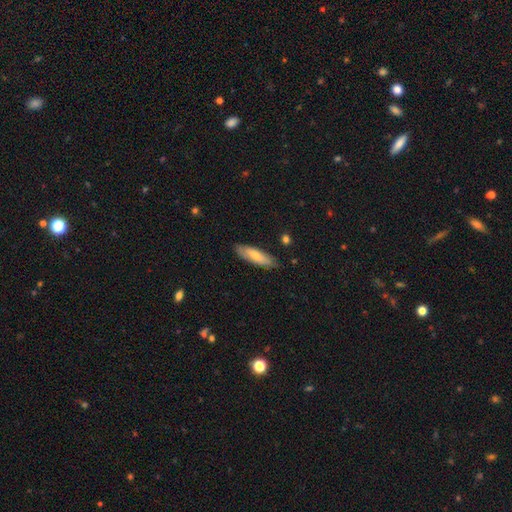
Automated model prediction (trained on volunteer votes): The model was most divided on "how rounded": cigar-shaped: 54%, in between: 44%, round: 2%. More confident: merging — none (82%); smooth or featured — smooth (71%).